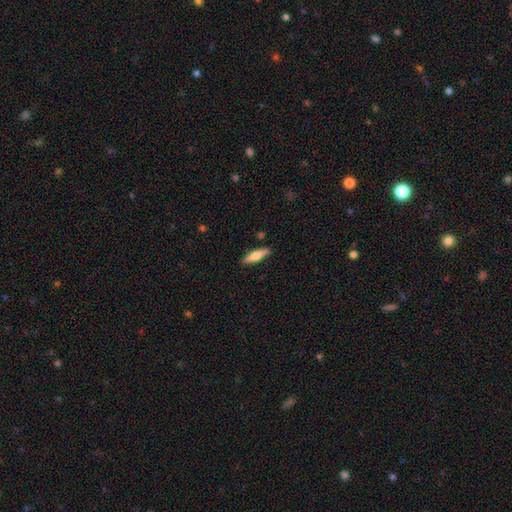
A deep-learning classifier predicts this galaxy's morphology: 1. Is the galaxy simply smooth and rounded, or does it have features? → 60% smooth, 35% featured or disk, 6% star or artifact.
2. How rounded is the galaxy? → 69% cigar-shaped, 29% in between, 2% round.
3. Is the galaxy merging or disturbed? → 88% none, 9% minor disturbance, 2% major disturbance, 2% merger.